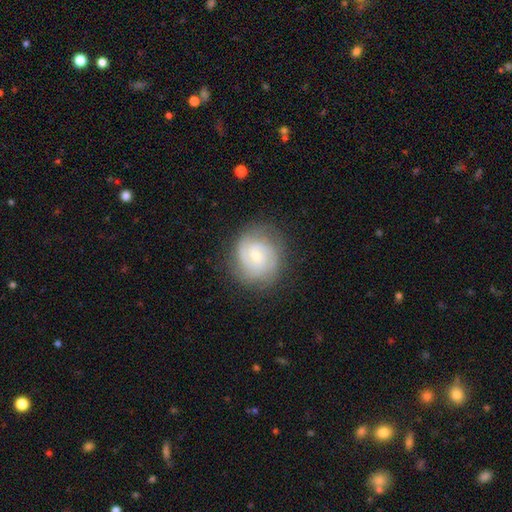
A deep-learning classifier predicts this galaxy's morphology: Q: Smooth or featured?
A: featured or disk (80%); runner-up: smooth (14%)
Q: Edge-on disk?
A: no (98%); runner-up: yes (2%)
Q: Bar?
A: no (62%); runner-up: weak (33%)
Q: Spiral arms?
A: yes (95%); runner-up: no (5%)
Q: Spiral winding?
A: tight (61%); runner-up: medium (32%)
Q: Spiral arm count?
A: 2 (42%); runner-up: 3 (24%)
Q: Bulge size?
A: small (63%); runner-up: moderate (33%)
Q: Merging?
A: none (80%); runner-up: minor disturbance (14%)